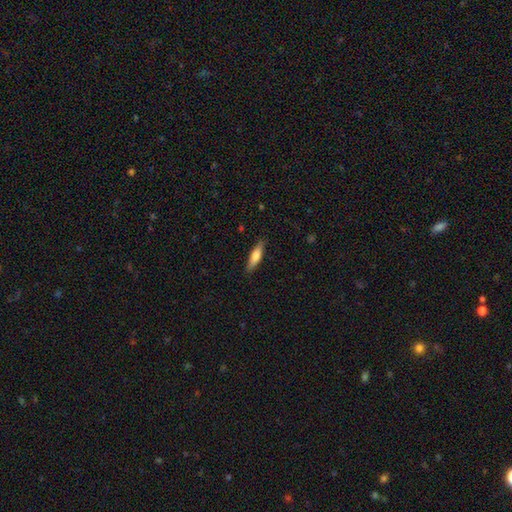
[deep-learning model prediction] The model was most divided on "how rounded": cigar-shaped: 70%, in between: 29%, round: 2%. More confident: merging — none (87%); smooth or featured — smooth (71%).